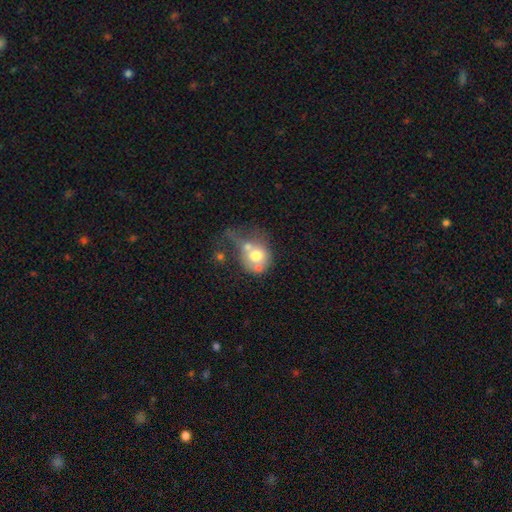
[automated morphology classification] This appears to be a smooth galaxy with no disk features (64%) that is round (69%). Merging: merger (45%).